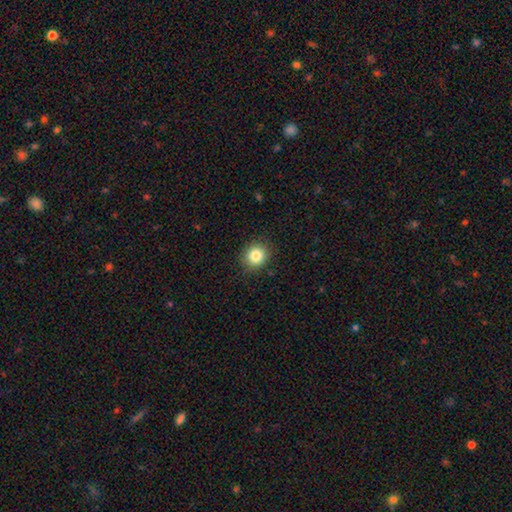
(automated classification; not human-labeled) Morphology: type=smooth (84%); roundness=round (76%); merging=none (87%).